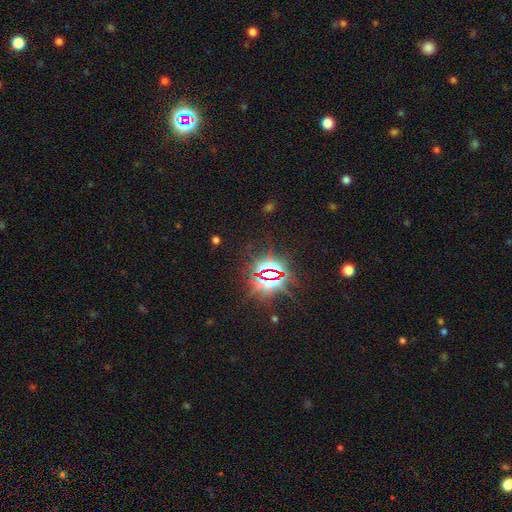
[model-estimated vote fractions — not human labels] Smooth or featured: star or artifact — 83% (smooth — 11%)